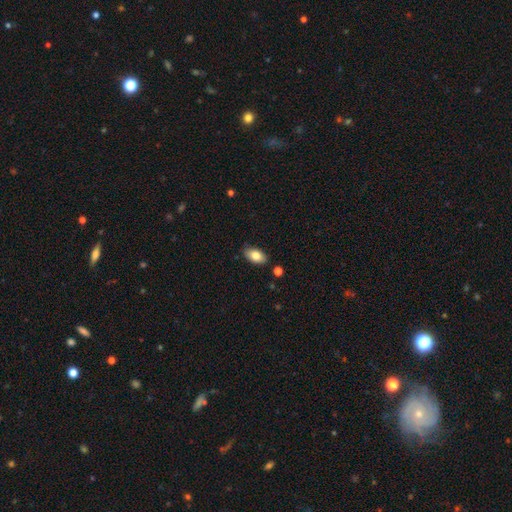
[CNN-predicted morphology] Smooth or featured: smooth — 80% (featured or disk — 12%)
How rounded: in between — 92% (round — 5%)
Merging: none — 83% (minor disturbance — 13%)